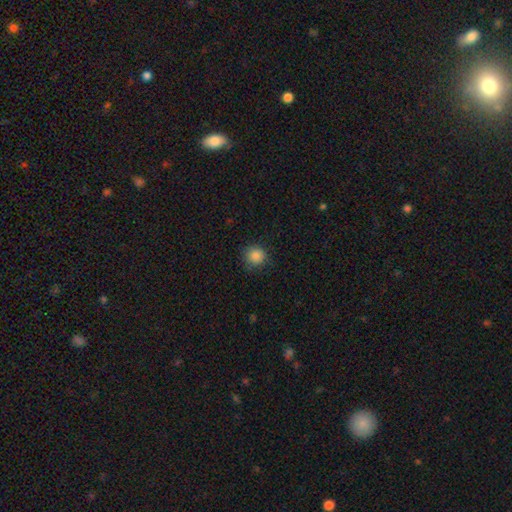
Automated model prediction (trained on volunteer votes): Smooth or featured: smooth — 86% (star or artifact — 10%)
How rounded: round — 92% (in between — 7%)
Merging: none — 84% (minor disturbance — 12%)